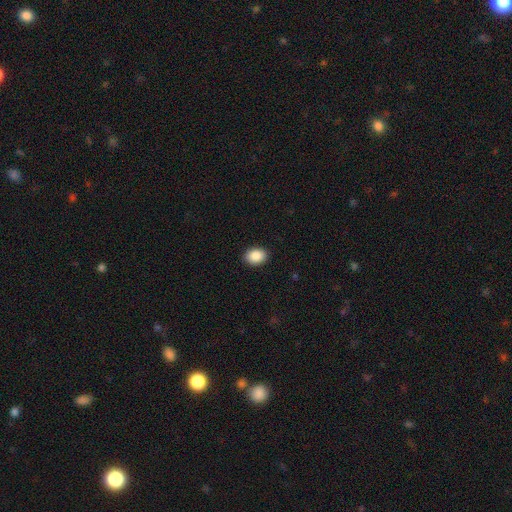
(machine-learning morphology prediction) Smooth or featured?
  - smooth: 89% *
  - star or artifact: 8%
  - featured or disk: 4%
How rounded?
  - in between: 70% *
  - round: 29%
  - cigar-shaped: 1%
Merging?
  - none: 91% *
  - minor disturbance: 7%
  - major disturbance: 2%
  - merger: 1%